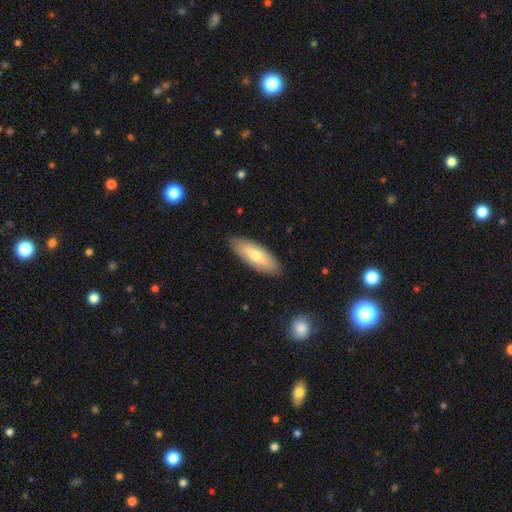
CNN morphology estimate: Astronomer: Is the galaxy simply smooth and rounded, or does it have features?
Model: smooth — 67%.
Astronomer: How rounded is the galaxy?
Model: in between — 65%.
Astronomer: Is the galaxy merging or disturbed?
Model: none — 87%.